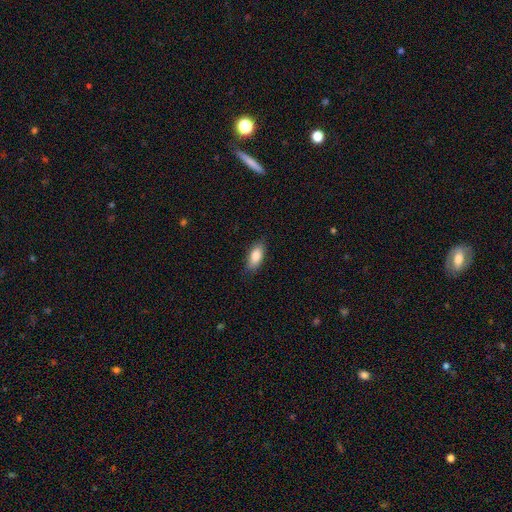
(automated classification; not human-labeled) Q: Smooth or featured?
A: smooth (85%); runner-up: featured or disk (9%)
Q: How rounded?
A: in between (86%); runner-up: cigar-shaped (11%)
Q: Merging?
A: none (84%); runner-up: minor disturbance (12%)